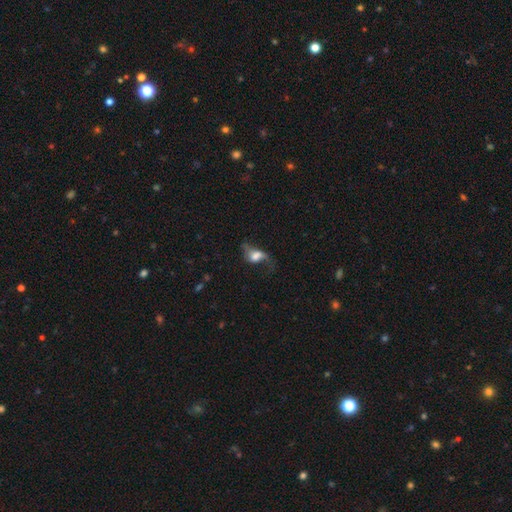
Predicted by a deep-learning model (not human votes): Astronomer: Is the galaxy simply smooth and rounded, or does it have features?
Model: featured or disk — 45% (runner-up: smooth, 44%).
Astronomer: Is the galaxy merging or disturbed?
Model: none — 39% (runner-up: major disturbance, 36%).